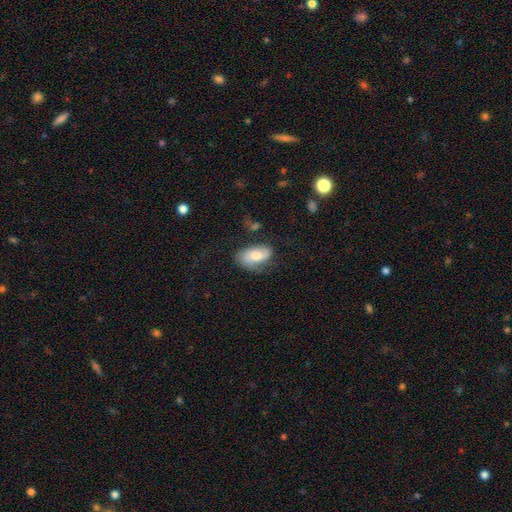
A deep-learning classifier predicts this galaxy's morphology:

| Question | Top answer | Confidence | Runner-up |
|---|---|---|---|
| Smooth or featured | smooth | 59% | featured or disk (34%) |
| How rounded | in between | 92% | round (5%) |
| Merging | none | 57% | minor disturbance (28%) |